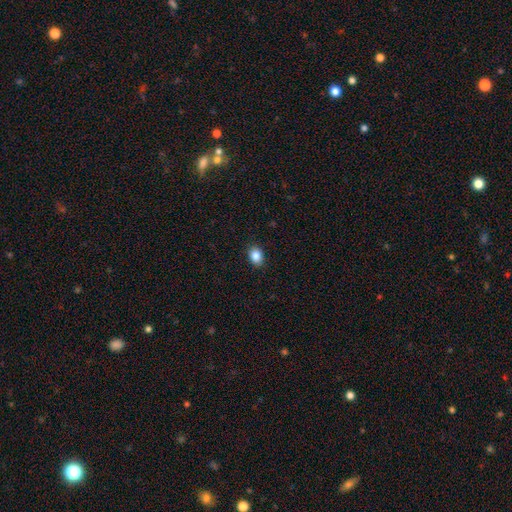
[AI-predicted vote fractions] Q: Smooth or featured?
A: smooth (86%); runner-up: star or artifact (9%)
Q: How rounded?
A: in between (63%); runner-up: round (36%)
Q: Merging?
A: none (90%); runner-up: minor disturbance (7%)